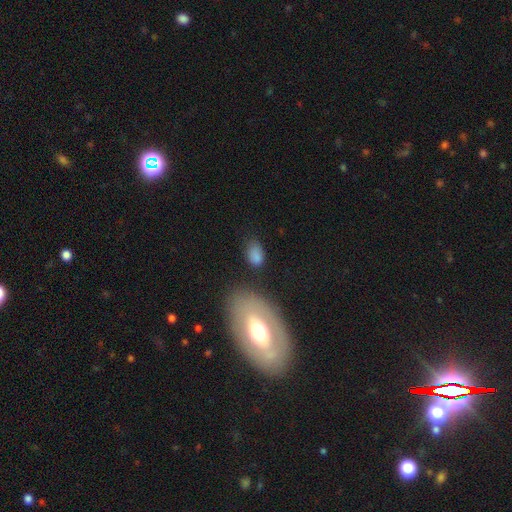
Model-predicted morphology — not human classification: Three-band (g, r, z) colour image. It shows a smooth galaxy with no disk features (81%) that is in between round and cigar-shaped (88%). Merging: none (64%).